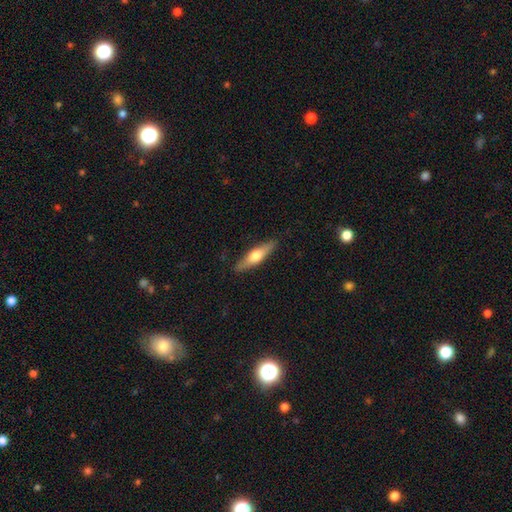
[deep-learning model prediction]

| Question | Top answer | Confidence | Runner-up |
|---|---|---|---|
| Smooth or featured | smooth | 51% | featured or disk (44%) |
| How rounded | cigar-shaped | 71% | in between (27%) |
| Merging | none | 88% | minor disturbance (9%) |